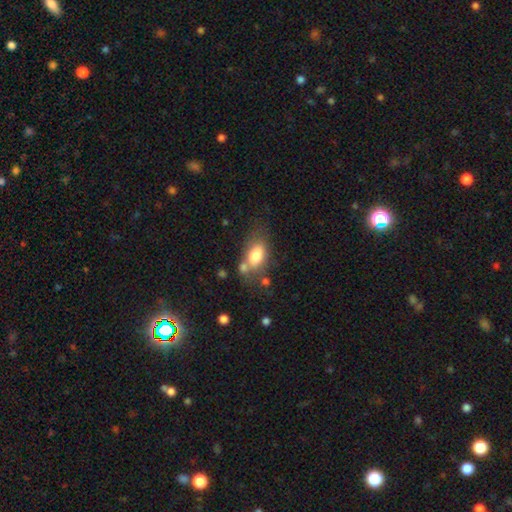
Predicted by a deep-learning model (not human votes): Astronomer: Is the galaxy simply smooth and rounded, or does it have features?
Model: smooth — 76%.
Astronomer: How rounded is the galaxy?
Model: in between — 86%.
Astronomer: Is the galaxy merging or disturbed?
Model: none — 52%.